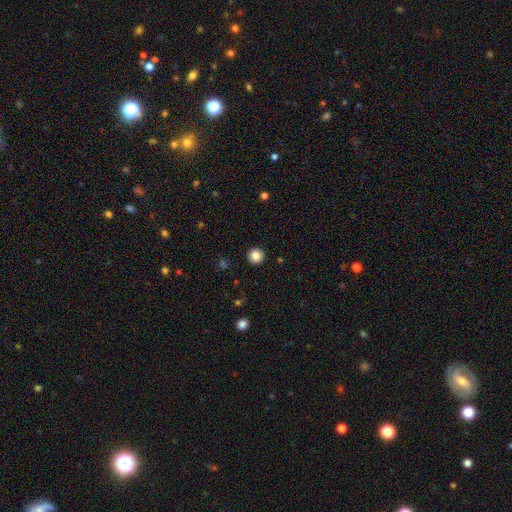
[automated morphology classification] This appears to be a smooth galaxy with no disk features (84%) that is round (95%). Merging: none (93%).